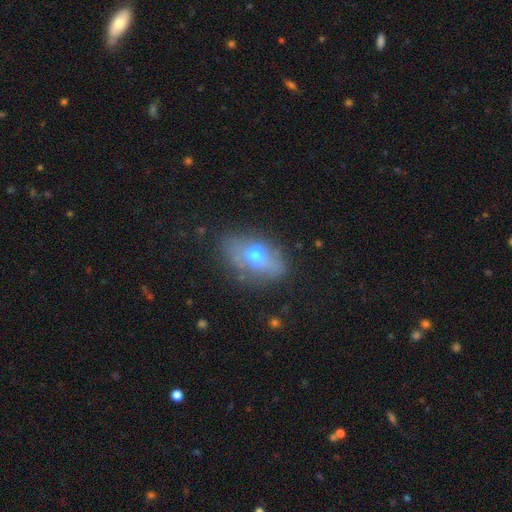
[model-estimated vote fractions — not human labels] Morphology: type=smooth (59%); roundness=in between (80%); merging=none (70%).